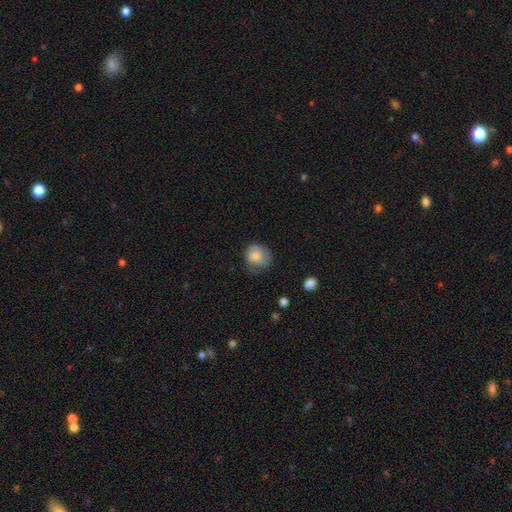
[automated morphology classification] smooth-or-featured: smooth: 78% | featured or disk: 14% | star or artifact: 8%
  how-rounded: round: 74% | in between: 25% | cigar-shaped: 1%
  merging: none: 51% | minor disturbance: 33% | major disturbance: 14% | merger: 2%